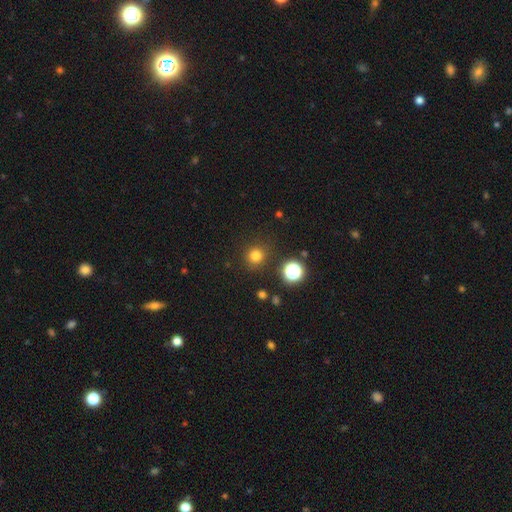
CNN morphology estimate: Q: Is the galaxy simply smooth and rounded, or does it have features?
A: smooth — 78%.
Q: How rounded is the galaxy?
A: round — 91%.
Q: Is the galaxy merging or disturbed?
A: none — 87%.